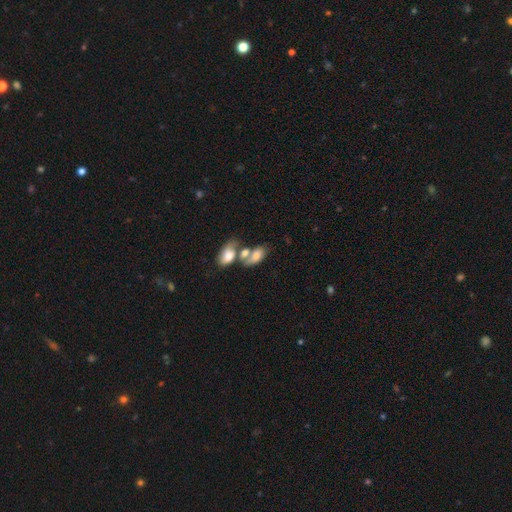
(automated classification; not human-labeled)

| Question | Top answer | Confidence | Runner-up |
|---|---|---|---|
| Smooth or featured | smooth | 67% | featured or disk (24%) |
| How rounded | in between | 91% | round (7%) |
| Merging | merger | 62% | none (19%) |